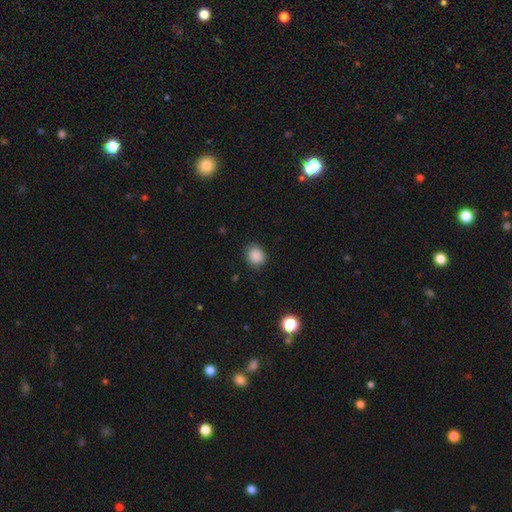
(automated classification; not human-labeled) A smooth galaxy with no disk features (88%) that is round (73%). Merging: none (85%).